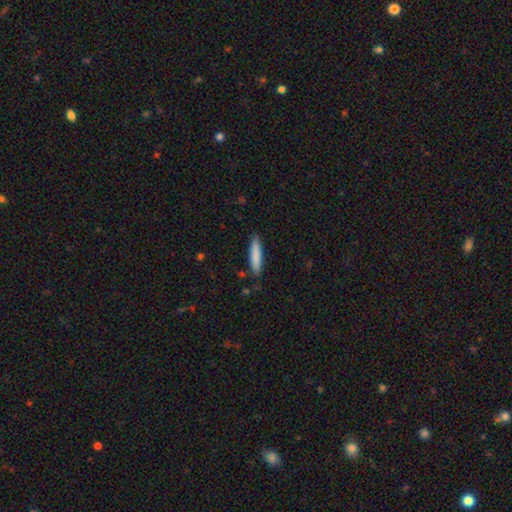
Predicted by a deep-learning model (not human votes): A smooth galaxy with no disk features (84%) that is cigar-shaped (85%). Merging: none (87%).